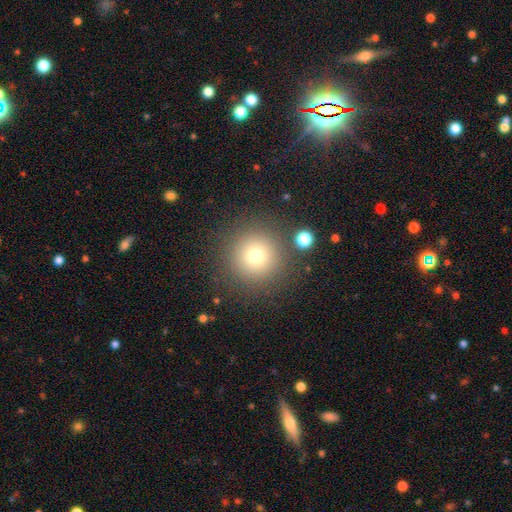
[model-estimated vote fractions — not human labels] A smooth galaxy with no disk features (73%) that is round (96%).

Vote fractions:
- Smooth or featured? smooth: 73% / star or artifact: 17% / featured or disk: 10%
- How rounded? round: 96% / in between: 3% / cigar-shaped: 1%
- Merging? none: 86% / minor disturbance: 7% / merger: 4% / major disturbance: 3%